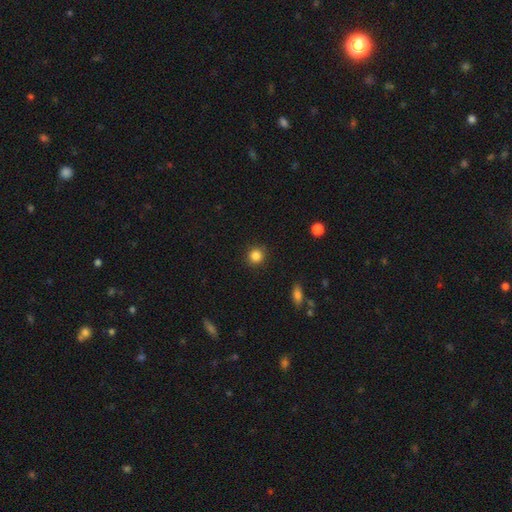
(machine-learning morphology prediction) Q: Smooth or featured?
A: smooth (85%); runner-up: star or artifact (11%)
Q: How rounded?
A: round (91%); runner-up: in between (8%)
Q: Merging?
A: none (89%); runner-up: minor disturbance (8%)